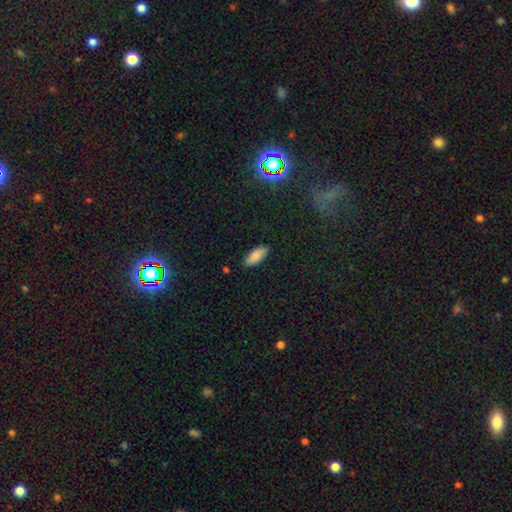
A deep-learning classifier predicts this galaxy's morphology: A smooth galaxy with no disk features (85%) that is in between round and cigar-shaped (85%). Merging: none (87%).